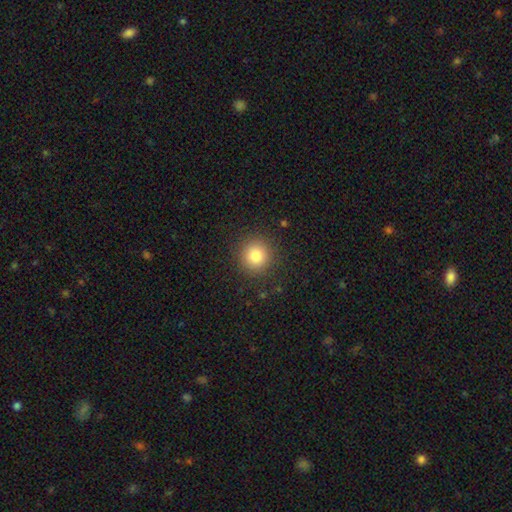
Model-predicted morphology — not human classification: Overall: smooth (83%). How rounded: round (92%). Merging: none (89%).